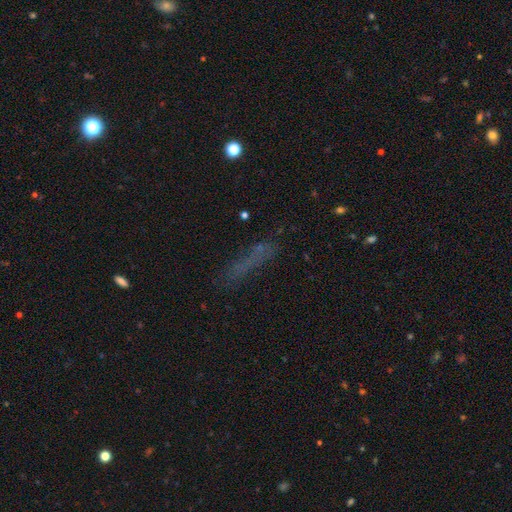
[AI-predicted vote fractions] The model was most divided on "smooth or featured": smooth: 52%, star or artifact: 25%, featured or disk: 24%. More confident: how rounded — cigar-shaped (78%); merging — none (64%).